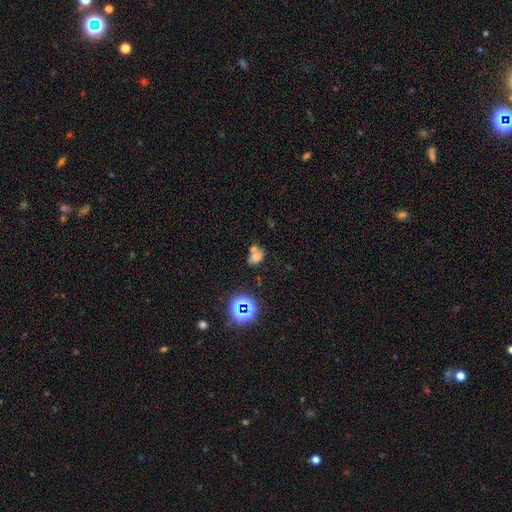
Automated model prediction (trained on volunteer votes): smooth-or-featured: smooth: 64% | star or artifact: 21% | featured or disk: 15%
  how-rounded: in between: 65% | round: 34% | cigar-shaped: 2%
  merging: merger: 44% | none: 36% | minor disturbance: 13% | major disturbance: 7%